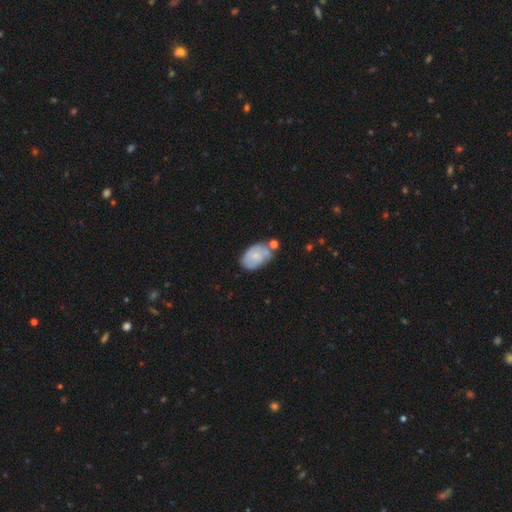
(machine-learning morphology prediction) smooth 56%, featured or disk 37%, star or artifact 7%. Down the decision tree: how rounded — in between (89%); merging — none (50%).